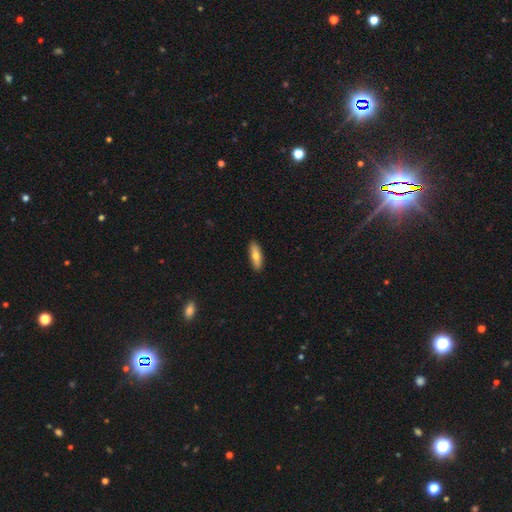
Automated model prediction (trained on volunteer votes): smooth_or_featured: smooth (p=0.71) [alt: featured or disk p=0.23]
how_rounded: cigar-shaped (p=0.50) [alt: in between p=0.48]
merging: none (p=0.89) [alt: minor disturbance p=0.08]